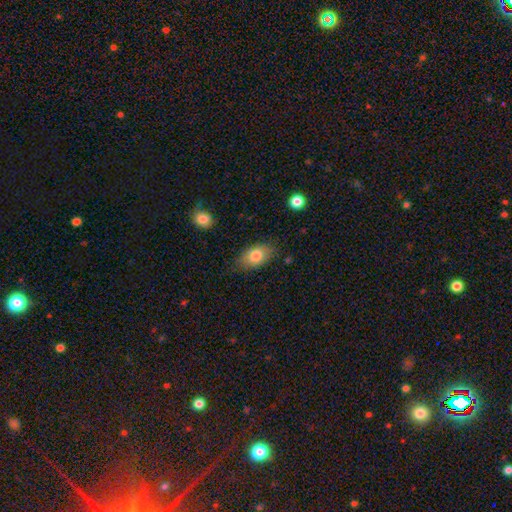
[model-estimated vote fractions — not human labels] A smooth galaxy with no disk features (81%) that is in between round and cigar-shaped (88%). Merging: none (78%).